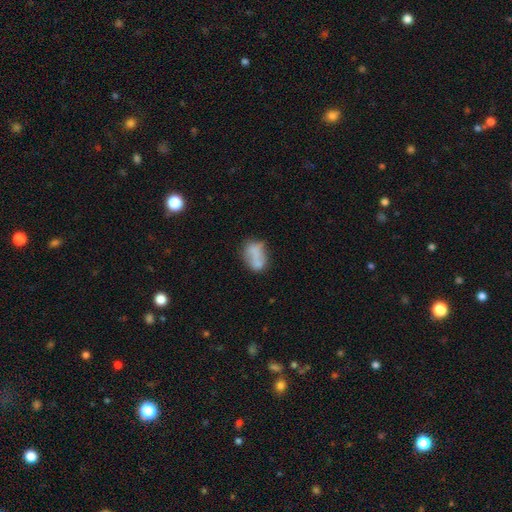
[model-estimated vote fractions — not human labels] Smooth or featured? smooth (65%)
How rounded? in between (76%)
Merging? none (37%)